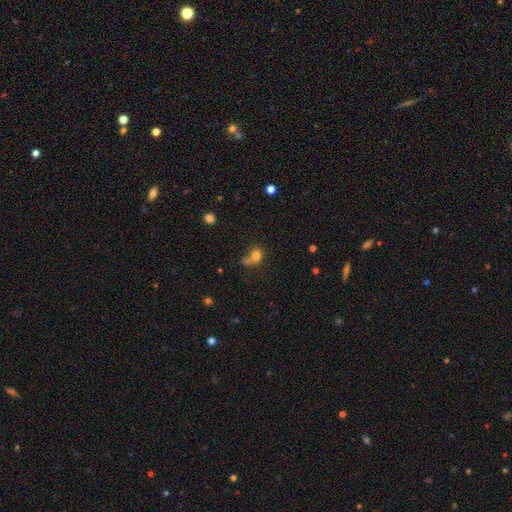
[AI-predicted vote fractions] Morphology: type=smooth (73%); roundness=round (69%); merging=none (37%).